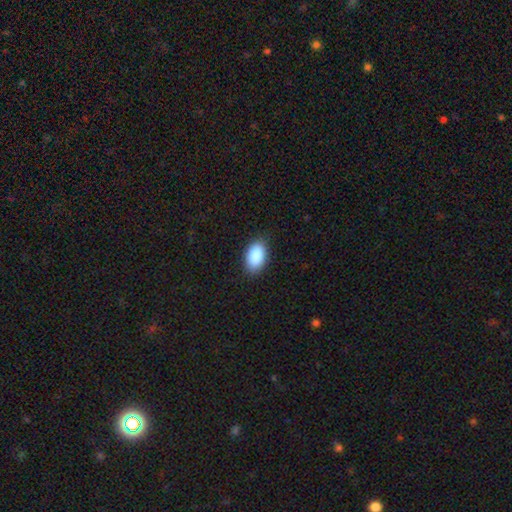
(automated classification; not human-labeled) This appears to be a smooth galaxy with no disk features (90%) that is in between round and cigar-shaped (93%). Merging: none (86%).